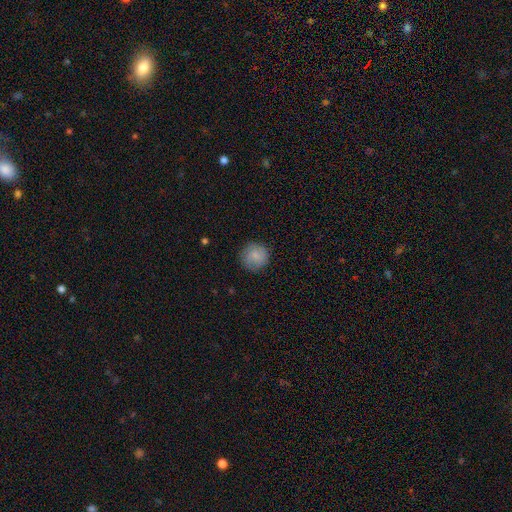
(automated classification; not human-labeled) This is likely a smooth galaxy (79%). How rounded: clearly round (93%). Merging: clearly none (85%).